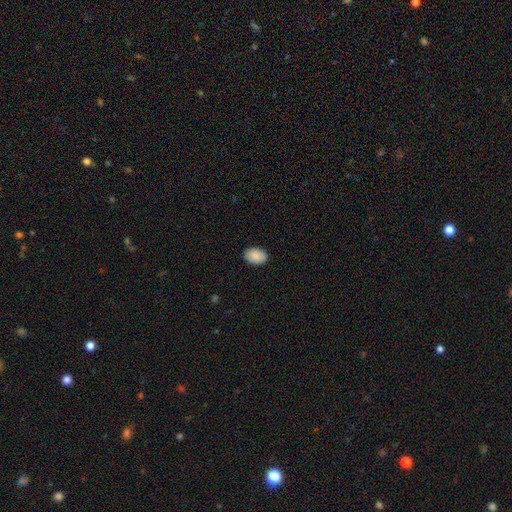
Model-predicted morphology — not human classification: Smooth or featured: smooth — 90% (star or artifact — 7%)
How rounded: in between — 82% (round — 17%)
Merging: none — 89% (minor disturbance — 8%)